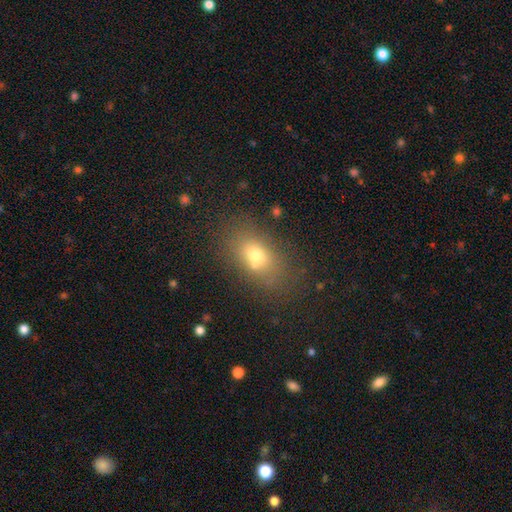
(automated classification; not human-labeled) Smooth or featured? Predicted: smooth (p=0.67). How rounded? Predicted: in between (p=0.75). Merging? Predicted: none (p=0.66).